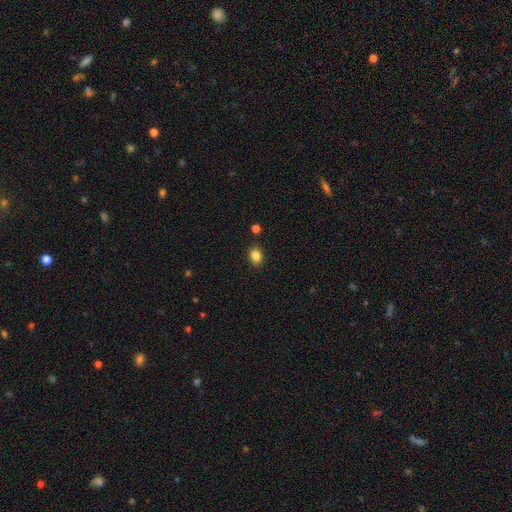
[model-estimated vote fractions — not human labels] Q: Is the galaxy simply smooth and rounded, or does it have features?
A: smooth — 85%.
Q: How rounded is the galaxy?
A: in between — 57%.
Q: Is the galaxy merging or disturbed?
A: none — 87%.